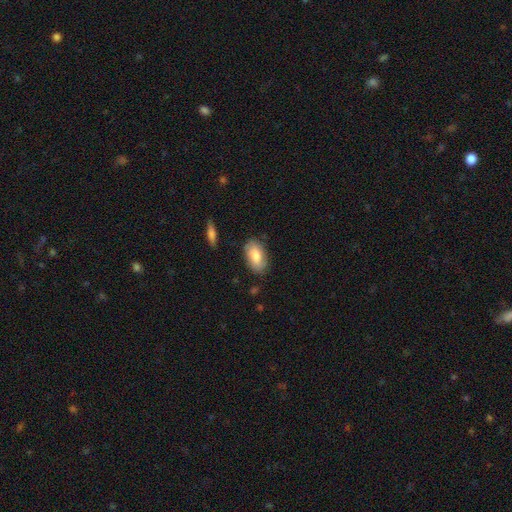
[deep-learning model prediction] The model was most divided on "merging": none: 80%, minor disturbance: 15%, major disturbance: 3%, merger: 2%. More confident: how rounded — in between (93%); smooth or featured — smooth (82%).